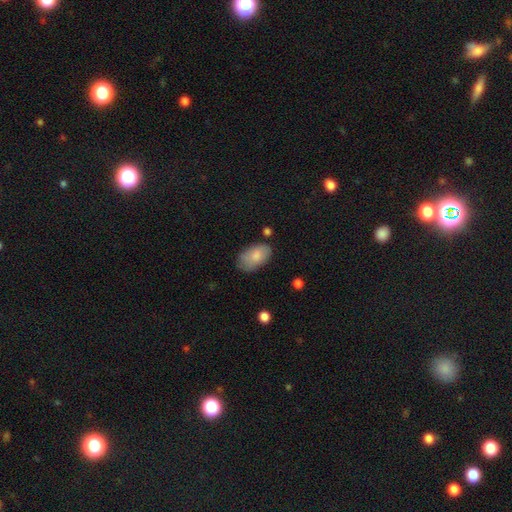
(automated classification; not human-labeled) Smooth or featured?
  - smooth: 81% *
  - featured or disk: 12%
  - star or artifact: 6%
How rounded?
  - in between: 94% *
  - round: 5%
  - cigar-shaped: 1%
Merging?
  - none: 73% *
  - minor disturbance: 20%
  - major disturbance: 5%
  - merger: 2%